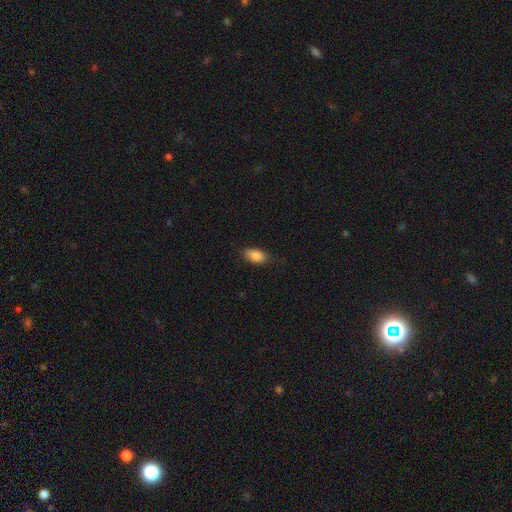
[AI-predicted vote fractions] smooth_or_featured: smooth (p=0.85) [alt: star or artifact p=0.08]
how_rounded: in between (p=0.90) [alt: round p=0.06]
merging: none (p=0.76) [alt: minor disturbance p=0.19]